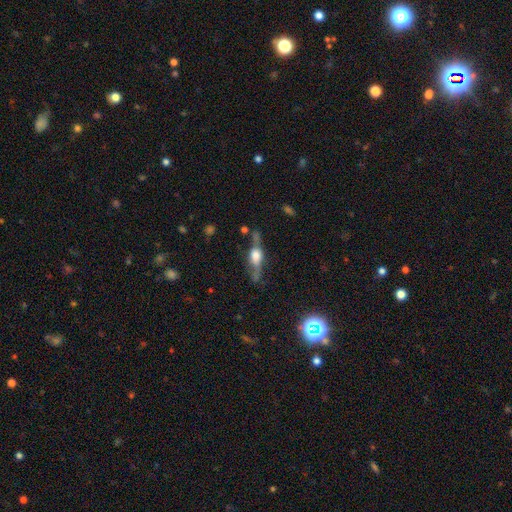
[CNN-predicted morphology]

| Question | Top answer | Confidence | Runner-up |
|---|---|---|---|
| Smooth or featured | featured or disk | 62% | smooth (30%) |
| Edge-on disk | yes | 85% | no (15%) |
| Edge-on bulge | rounded | 87% | boxy (11%) |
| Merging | none | 59% | minor disturbance (21%) |